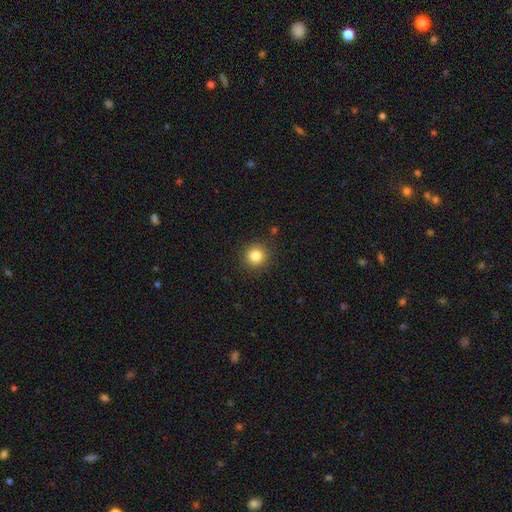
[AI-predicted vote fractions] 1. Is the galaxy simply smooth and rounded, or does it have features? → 83% smooth, 11% star or artifact, 5% featured or disk.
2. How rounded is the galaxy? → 92% round, 7% in between, 1% cigar-shaped.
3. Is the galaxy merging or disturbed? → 89% none, 7% minor disturbance, 2% major disturbance, 1% merger.